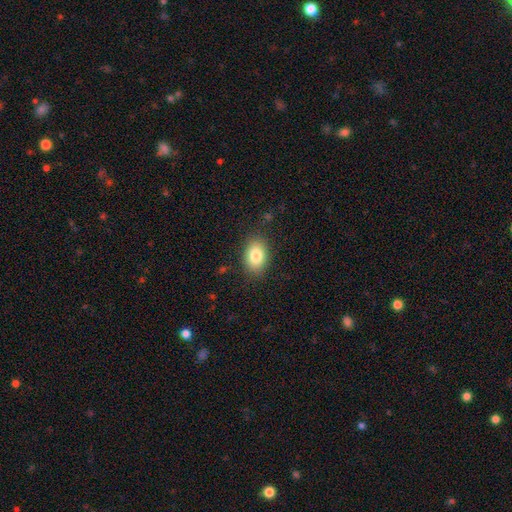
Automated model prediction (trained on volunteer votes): smooth_or_featured: smooth (p=0.83) [alt: featured or disk p=0.09]
how_rounded: in between (p=0.83) [alt: round p=0.16]
merging: none (p=0.85) [alt: minor disturbance p=0.11]